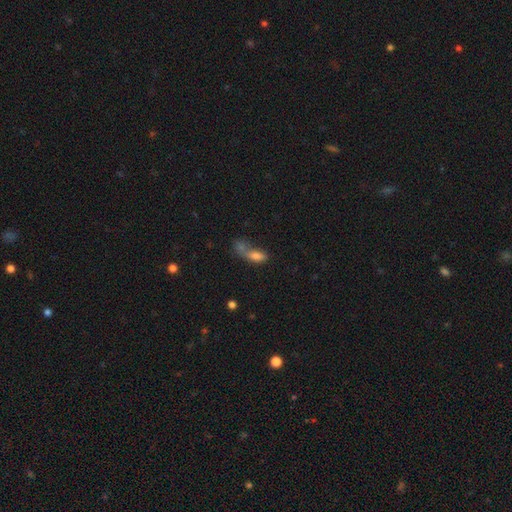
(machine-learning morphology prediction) This is likely a smooth galaxy (73%). How rounded: likely in between (73%). Merging: possibly merger (52%).